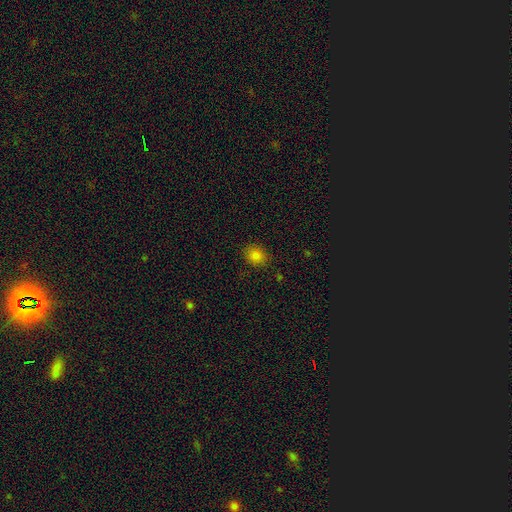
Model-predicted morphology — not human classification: Overall: smooth (82%). How rounded: round (65%; in between 34%). Merging: none (87%).